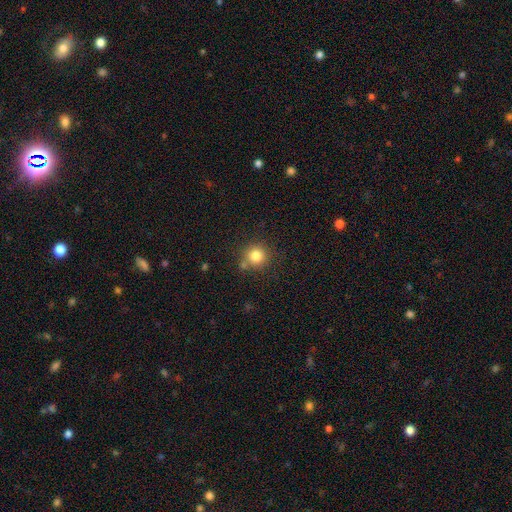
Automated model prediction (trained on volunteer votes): Smooth or featured: smooth — 81% (star or artifact — 12%)
How rounded: round — 92% (in between — 7%)
Merging: none — 75% (merger — 11%)